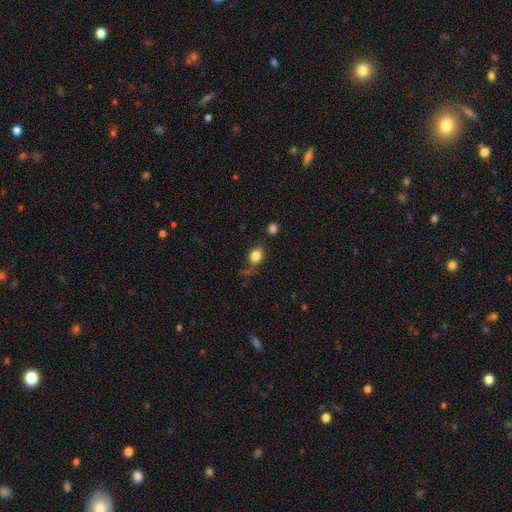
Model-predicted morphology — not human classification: smooth-or-featured: smooth: 83% | star or artifact: 11% | featured or disk: 6%
  how-rounded: in between: 58% | round: 40% | cigar-shaped: 1%
  merging: none: 73% | minor disturbance: 16% | merger: 6% | major disturbance: 5%